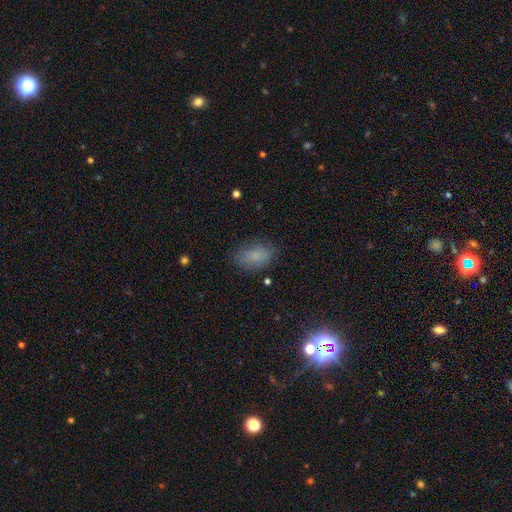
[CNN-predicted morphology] Overall: smooth (78%). How rounded: in between (88%). Merging: none (75%).